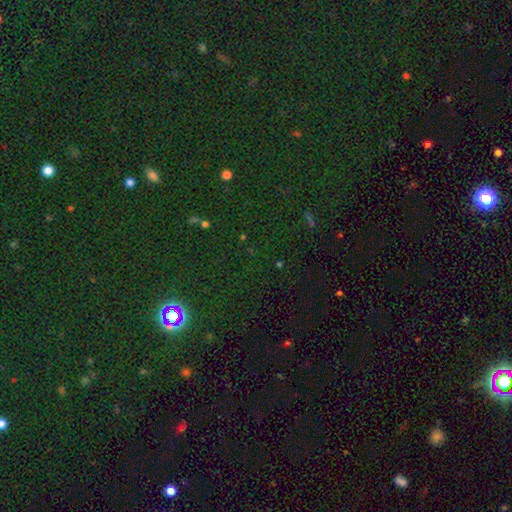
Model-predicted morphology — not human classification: This is likely a star or artifact rather than a galaxy (74%).